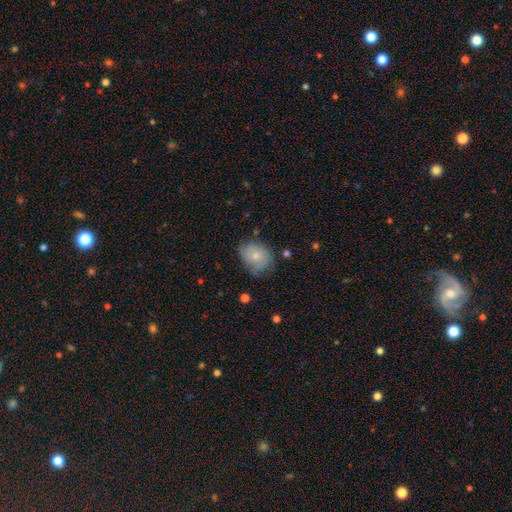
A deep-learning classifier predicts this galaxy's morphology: type=smooth (68%); roundness=round (52%); merging=none (62%).